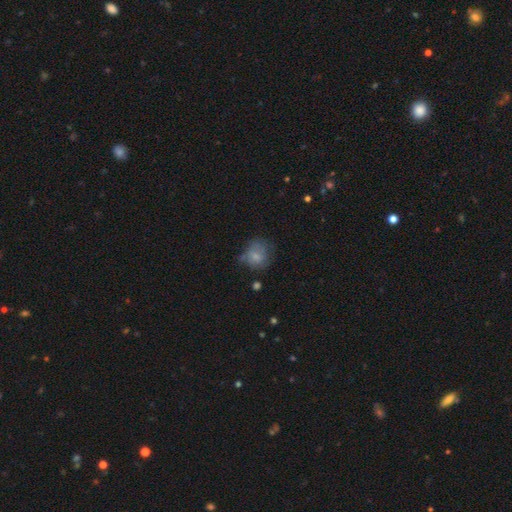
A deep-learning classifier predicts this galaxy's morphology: Overall: smooth (71%). How rounded: round (66%; in between 33%). Merging: none (49%; minor disturbance 29%).